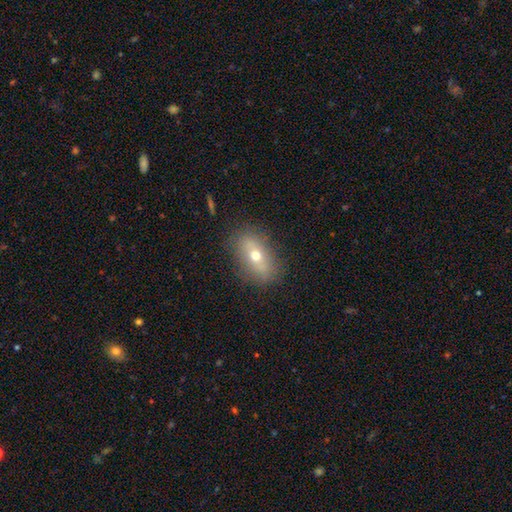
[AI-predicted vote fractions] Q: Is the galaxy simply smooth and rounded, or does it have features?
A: smooth — 58%.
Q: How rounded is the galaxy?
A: in between — 79%.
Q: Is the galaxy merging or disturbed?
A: none — 81%.